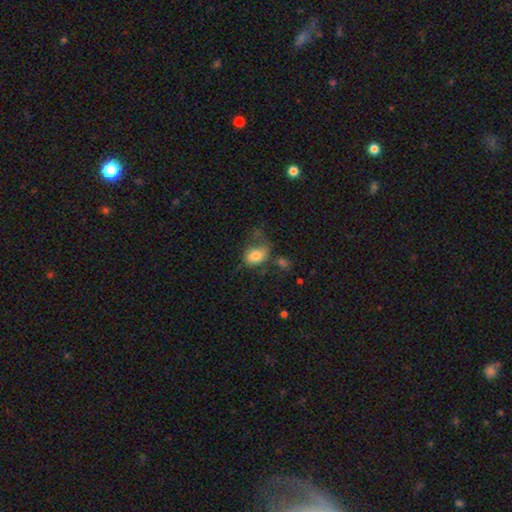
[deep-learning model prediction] A smooth galaxy with no disk features (77%) that is in between round and cigar-shaped (69%).

Vote fractions:
- Smooth or featured? smooth: 77% / featured or disk: 14% / star or artifact: 9%
- How rounded? in between: 69% / round: 30% / cigar-shaped: 1%
- Merging? none: 35% / major disturbance: 29% / minor disturbance: 27% / merger: 9%